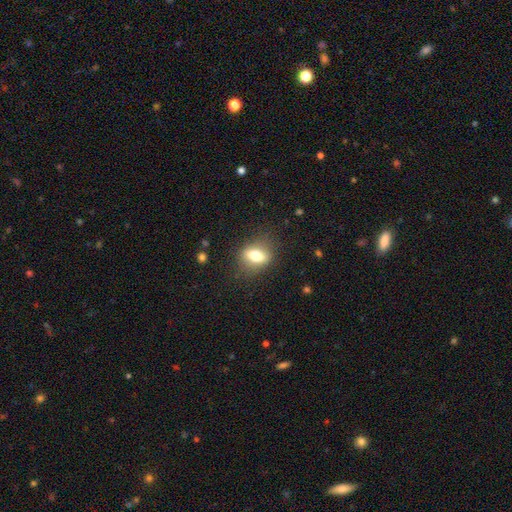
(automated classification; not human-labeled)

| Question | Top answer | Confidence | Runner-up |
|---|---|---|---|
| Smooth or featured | smooth | 66% | featured or disk (25%) |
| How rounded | in between | 67% | round (25%) |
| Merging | none | 81% | minor disturbance (12%) |